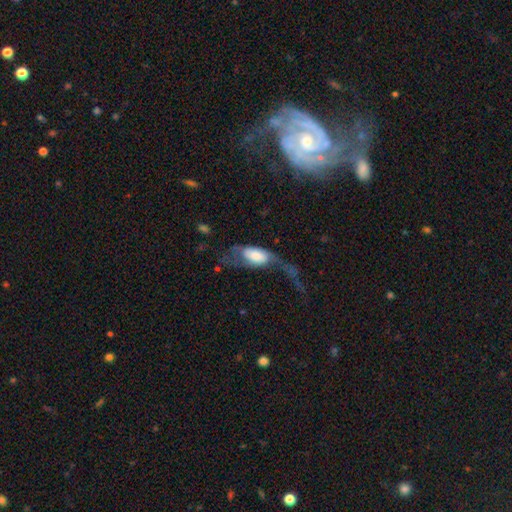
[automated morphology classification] Smooth or featured? Predicted: smooth (p=0.55). How rounded? Predicted: in between (p=0.89). Merging? Predicted: major disturbance (p=0.63).